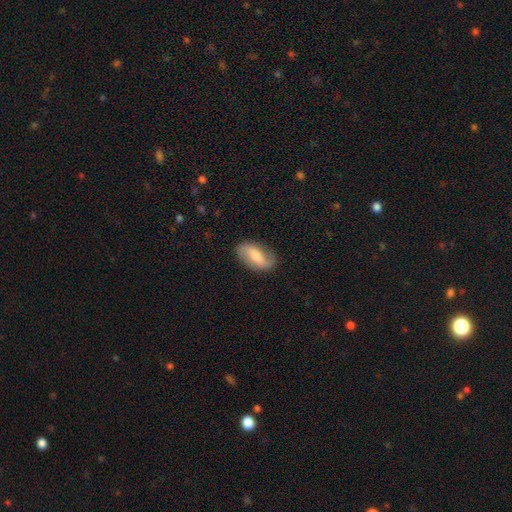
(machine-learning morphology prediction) type=featured or disk (57%); edge-on=no (93%); bar=weak (41%); spiral arms=yes (85%); bulge=moderate (53%); merging=none (83%).